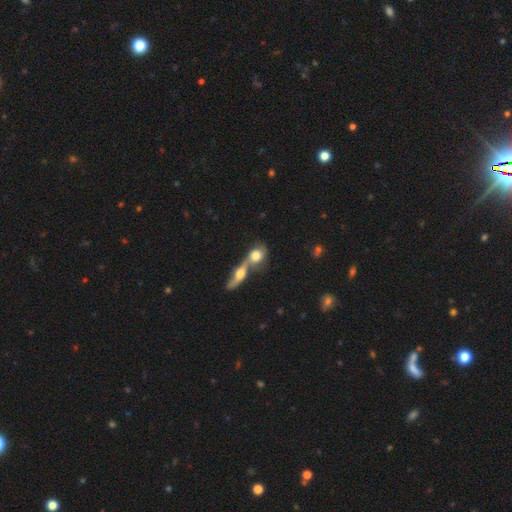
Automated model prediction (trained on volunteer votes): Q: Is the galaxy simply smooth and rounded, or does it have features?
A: smooth — 52%.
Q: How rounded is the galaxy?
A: in between — 48%.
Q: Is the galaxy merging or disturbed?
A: merger — 74%.